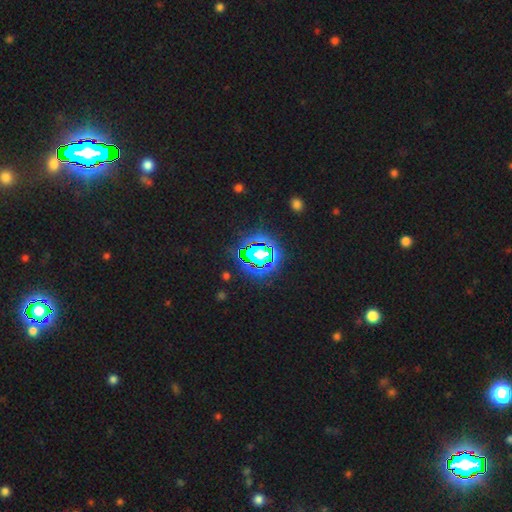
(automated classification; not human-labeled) Q: Smooth or featured?
A: star or artifact (68%); runner-up: smooth (18%)